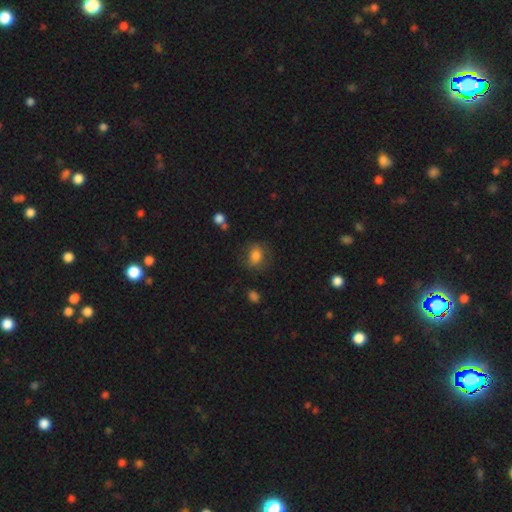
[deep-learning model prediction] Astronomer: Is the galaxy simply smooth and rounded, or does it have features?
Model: smooth — 81%.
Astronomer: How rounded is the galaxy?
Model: round — 51% (runner-up: in between, 48%).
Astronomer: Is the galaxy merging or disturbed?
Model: none — 71%.